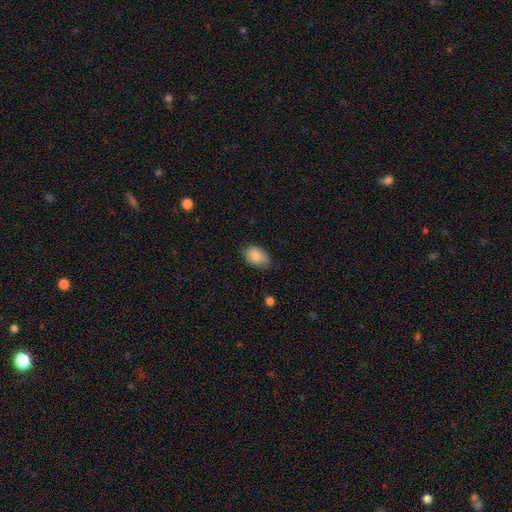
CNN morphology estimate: The model was most divided on "merging": none: 64%, minor disturbance: 29%, major disturbance: 5%, merger: 1%. More confident: how rounded — in between (86%); smooth or featured — smooth (86%).